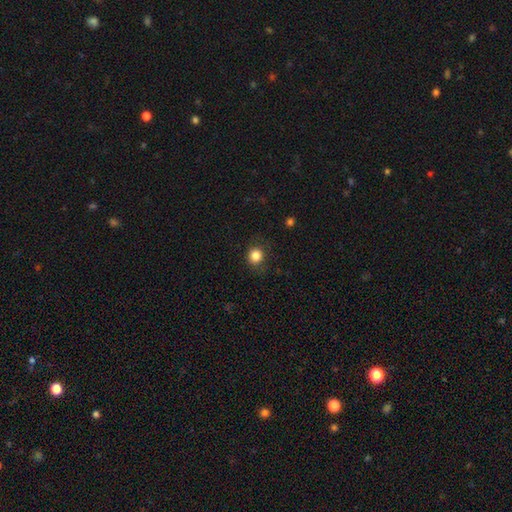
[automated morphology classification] This is clearly a smooth galaxy (84%). How rounded: clearly round (87%). Merging: clearly none (84%).